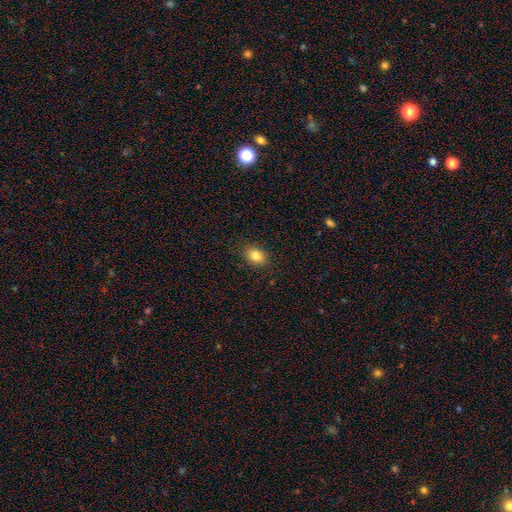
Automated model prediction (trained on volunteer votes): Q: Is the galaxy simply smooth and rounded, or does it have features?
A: smooth — 84%.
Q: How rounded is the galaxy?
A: in between — 72%.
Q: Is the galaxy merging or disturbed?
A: none — 86%.